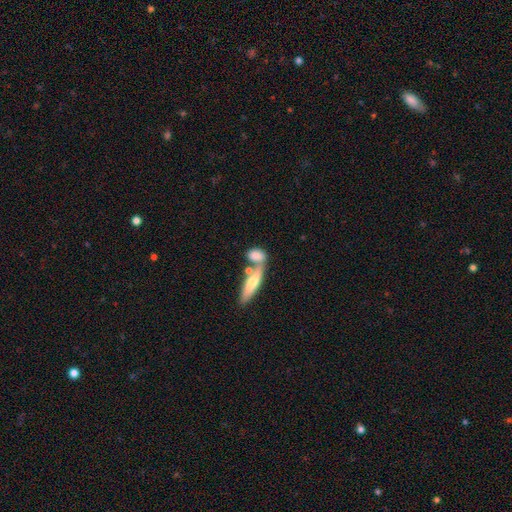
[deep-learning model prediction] This is likely a smooth galaxy (74%). How rounded: likely in between (65%). Merging: possibly merger (45%).